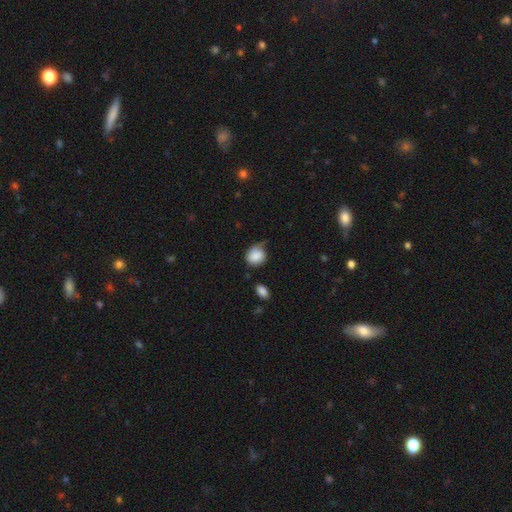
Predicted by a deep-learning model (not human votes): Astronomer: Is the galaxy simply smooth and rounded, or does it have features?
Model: smooth — 79%.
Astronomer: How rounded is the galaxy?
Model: round — 68%.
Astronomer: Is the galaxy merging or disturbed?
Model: minor disturbance — 37% (runner-up: none, 36%).